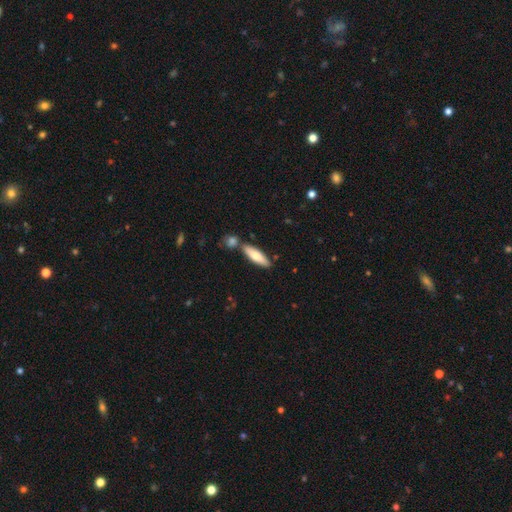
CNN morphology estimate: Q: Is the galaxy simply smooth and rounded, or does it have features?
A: smooth — 73%.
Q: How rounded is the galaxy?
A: cigar-shaped — 58%.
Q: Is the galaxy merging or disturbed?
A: none — 74%.